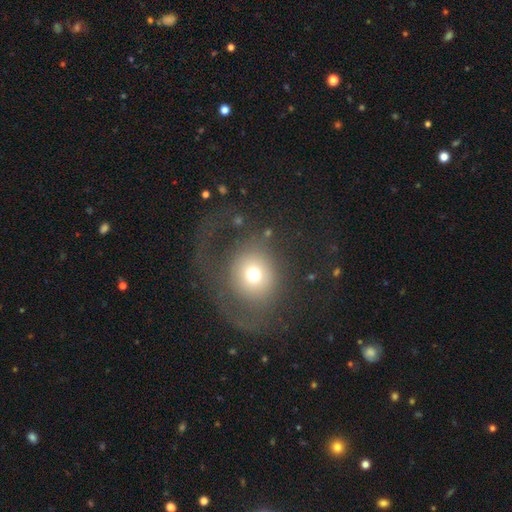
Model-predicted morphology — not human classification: Smooth or featured: featured or disk — 56% (smooth — 31%)
Edge-on disk: no — 95% (yes — 5%)
Bar: no — 82% (weak — 13%)
Spiral arms: yes — 61% (no — 39%)
Bulge size: moderate — 52% (small — 31%)
Merging: none — 56% (major disturbance — 27%)